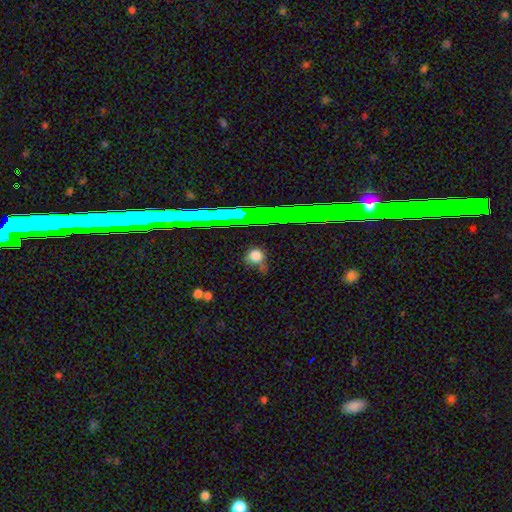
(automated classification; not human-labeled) This appears to be a smooth galaxy with no disk features (70%) that is round (83%). Merging: none (64%).